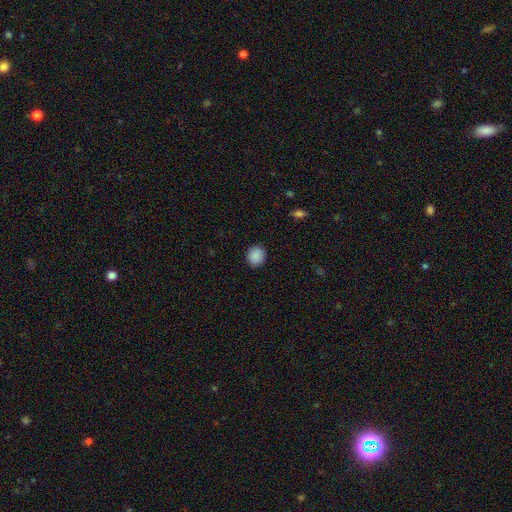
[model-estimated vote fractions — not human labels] Q: Smooth or featured?
A: smooth (89%); runner-up: star or artifact (8%)
Q: How rounded?
A: round (79%); runner-up: in between (20%)
Q: Merging?
A: none (90%); runner-up: minor disturbance (7%)